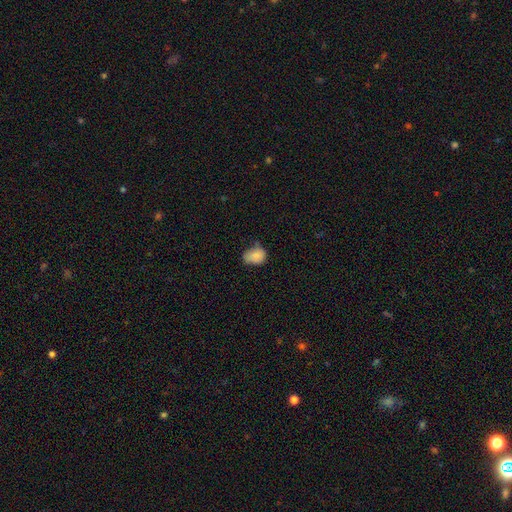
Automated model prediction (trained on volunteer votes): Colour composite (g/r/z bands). It shows a smooth galaxy with no disk features (82%) that is in between round and cigar-shaped (61%). Merging: none (43%).